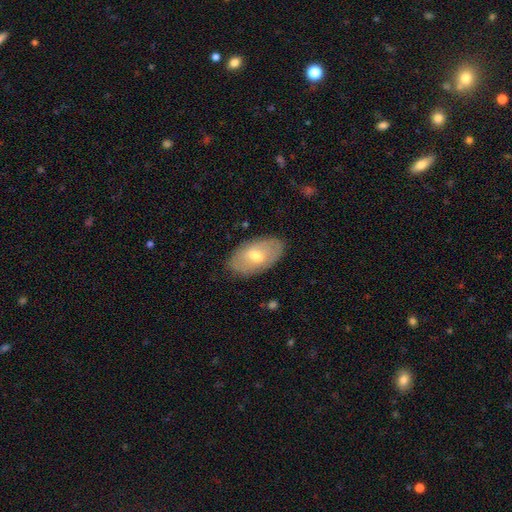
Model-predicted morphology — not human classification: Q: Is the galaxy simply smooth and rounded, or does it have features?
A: smooth — 57%.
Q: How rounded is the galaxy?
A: in between — 94%.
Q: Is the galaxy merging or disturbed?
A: none — 83%.